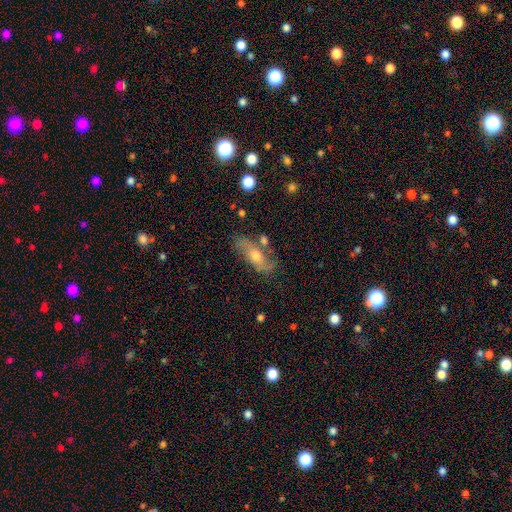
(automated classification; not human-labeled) Smooth or featured? featured or disk (64%)
Edge-on disk? no (81%)
Bar? no (66%)
Spiral arms? yes (83%)
Bulge size? moderate (66%)
Merging? none (68%)